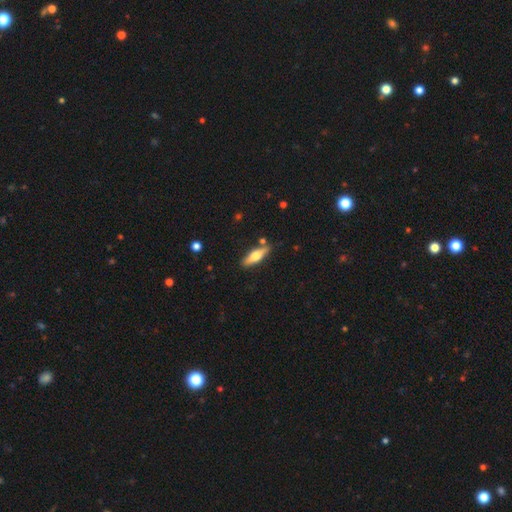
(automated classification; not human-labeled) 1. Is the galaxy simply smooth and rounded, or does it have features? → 50% smooth, 45% featured or disk, 6% star or artifact.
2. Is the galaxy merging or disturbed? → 83% none, 11% minor disturbance, 4% merger, 2% major disturbance.